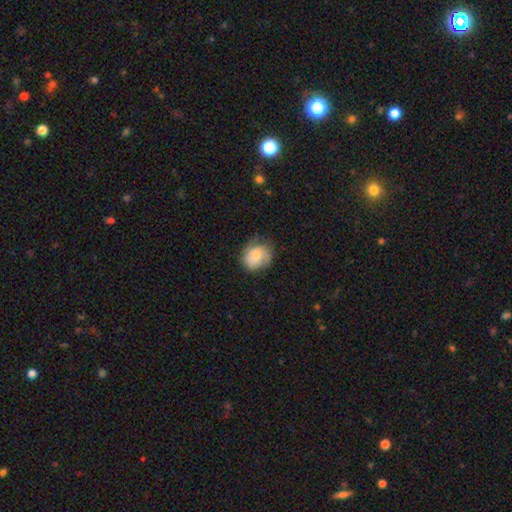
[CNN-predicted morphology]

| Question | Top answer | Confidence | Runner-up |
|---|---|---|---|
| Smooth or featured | smooth | 65% | featured or disk (28%) |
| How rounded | round | 61% | in between (38%) |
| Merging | none | 59% | minor disturbance (29%) |